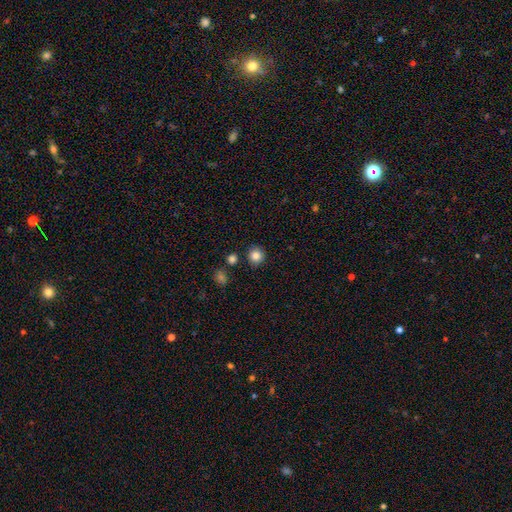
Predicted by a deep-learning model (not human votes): smooth_or_featured: smooth (p=0.85) [alt: star or artifact p=0.11]
how_rounded: round (p=0.93) [alt: in between p=0.06]
merging: none (p=0.88) [alt: minor disturbance p=0.07]